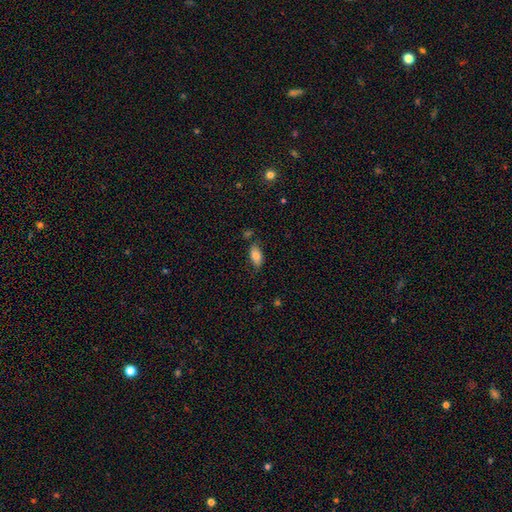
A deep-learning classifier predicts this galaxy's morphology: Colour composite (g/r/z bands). It shows a smooth galaxy with no disk features (80%) that is in between round and cigar-shaped (91%). Merging: none (72%).